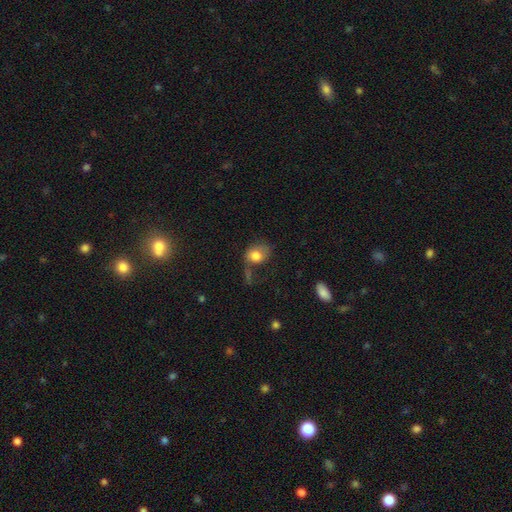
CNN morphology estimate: Smooth or featured? smooth (76%)
How rounded? in between (53%)
Merging? none (35%)